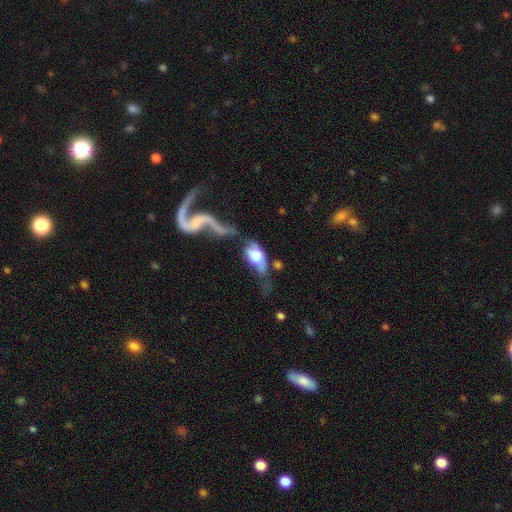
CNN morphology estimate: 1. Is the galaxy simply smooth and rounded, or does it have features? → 48% featured or disk, 44% smooth, 7% star or artifact.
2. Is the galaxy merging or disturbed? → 38% merger, 29% major disturbance, 18% none, 15% minor disturbance.